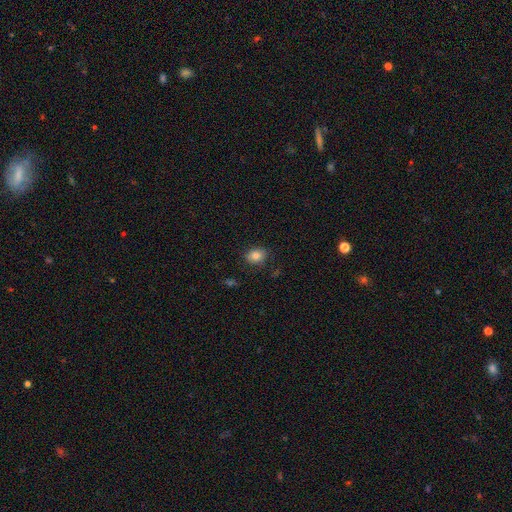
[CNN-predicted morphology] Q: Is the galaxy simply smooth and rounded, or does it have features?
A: smooth — 82%.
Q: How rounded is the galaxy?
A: in between — 54%.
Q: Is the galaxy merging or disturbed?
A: none — 86%.